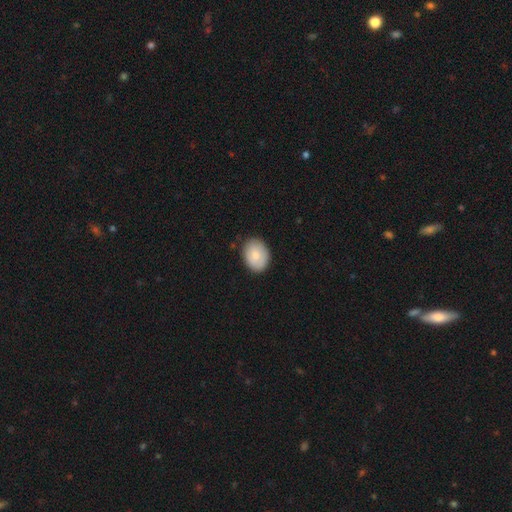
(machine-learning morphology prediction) A smooth galaxy with no disk features (83%) that is in between round and cigar-shaped (71%).

Vote fractions:
- Smooth or featured? smooth: 83% / featured or disk: 11% / star or artifact: 6%
- How rounded? in between: 71% / round: 29% / cigar-shaped: 1%
- Merging? none: 84% / minor disturbance: 12% / major disturbance: 2% / merger: 1%